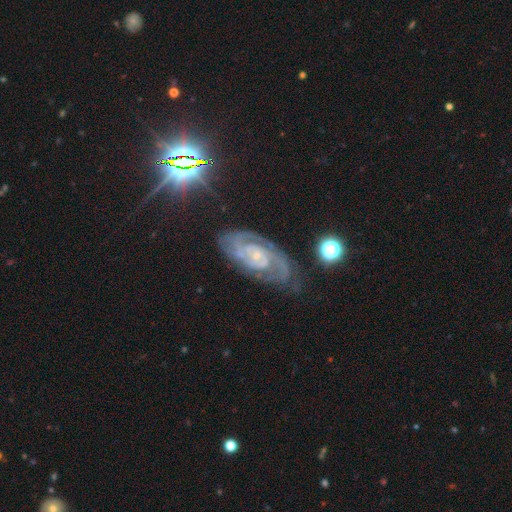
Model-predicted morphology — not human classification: A featured or disk galaxy (87%) with no bar (60%), 2 (64%) tight (65%) spiral arms (98%) and a small central bulge (77%).

Vote fractions:
- Smooth or featured? featured or disk: 87% / star or artifact: 9% / smooth: 5%
- Edge-on disk? no: 96% / yes: 4%
- Bar? no: 60% / weak: 30% / strong: 10%
- Spiral arms? yes: 98% / no: 2%
- Spiral winding? tight: 65% / medium: 31% / loose: 4%
- Spiral arm count? 2: 64% / 3: 13% / can't tell: 12% / 4: 4% / 1: 3% / more than 4: 3%
- Bulge size? small: 77% / moderate: 15% / none: 5% / large: 1% / dominant: 1%
- Merging? none: 74% / minor disturbance: 18% / major disturbance: 7% / merger: 2%